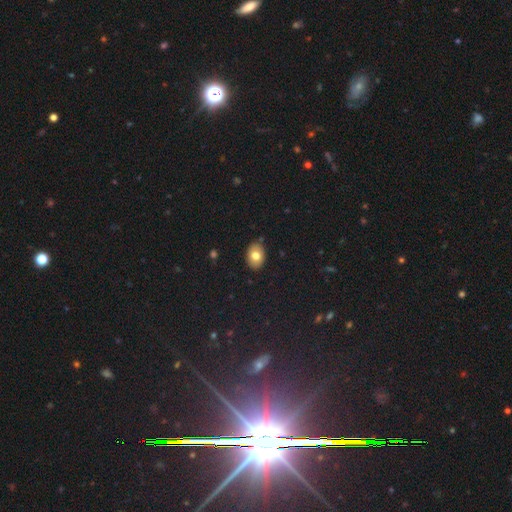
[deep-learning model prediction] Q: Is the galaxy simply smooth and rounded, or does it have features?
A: smooth — 76%.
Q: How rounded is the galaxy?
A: in between — 75%.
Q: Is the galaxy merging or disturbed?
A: none — 86%.